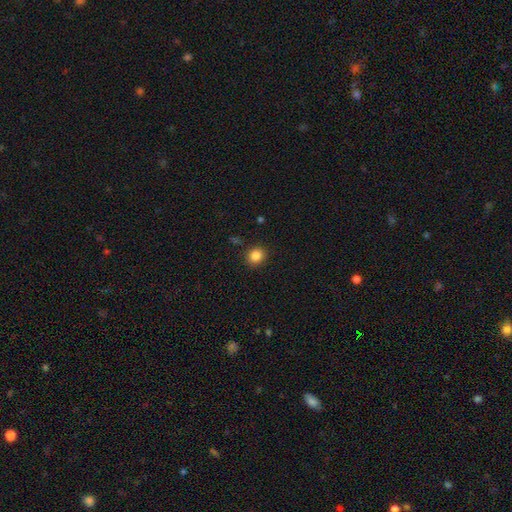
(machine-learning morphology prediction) Overall: smooth (84%). How rounded: round (82%). Merging: none (89%).